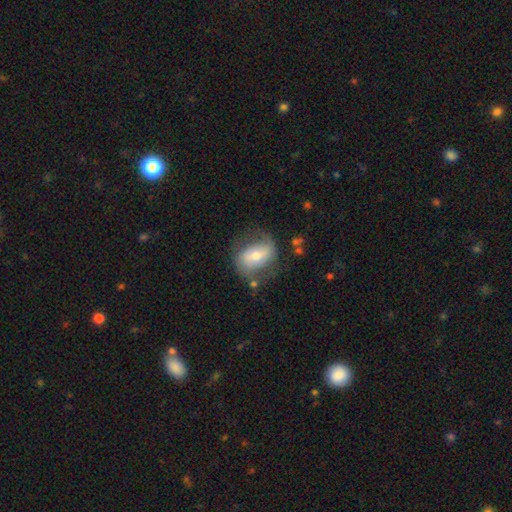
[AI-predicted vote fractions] This appears to be a featured or disk galaxy (55%) with a weak bar (35%), spiral arms (71%) and a moderate central bulge (58%). Merging: none (61%).